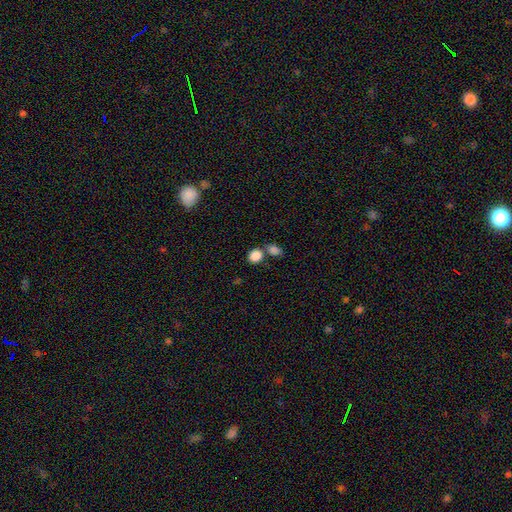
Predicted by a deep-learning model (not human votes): smooth-or-featured: smooth: 86% | star or artifact: 9% | featured or disk: 4%
  how-rounded: round: 56% | in between: 42% | cigar-shaped: 1%
  merging: none: 54% | merger: 33% | minor disturbance: 10% | major disturbance: 4%